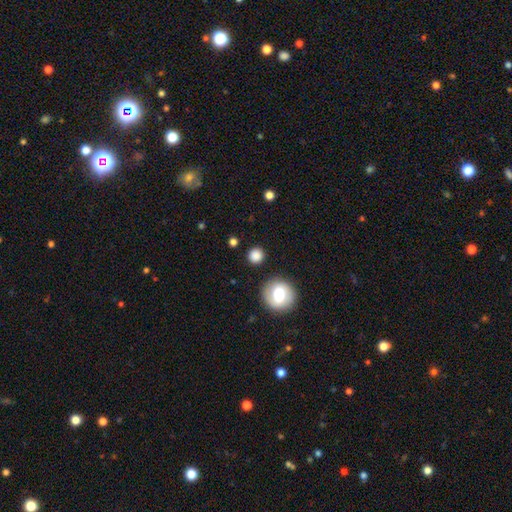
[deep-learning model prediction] A smooth galaxy with no disk features (82%) that is round (92%).

Vote fractions:
- Smooth or featured? smooth: 82% / star or artifact: 10% / featured or disk: 8%
- How rounded? round: 92% / in between: 7% / cigar-shaped: 1%
- Merging? none: 85% / minor disturbance: 9% / major disturbance: 3% / merger: 3%